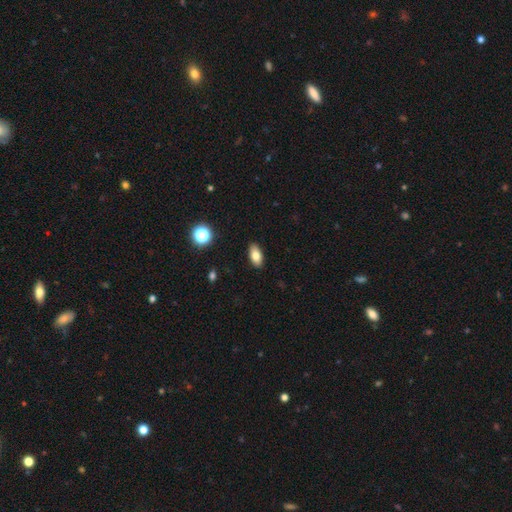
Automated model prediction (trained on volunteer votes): Morphology: type=smooth (80%); roundness=in between (89%); merging=none (90%).